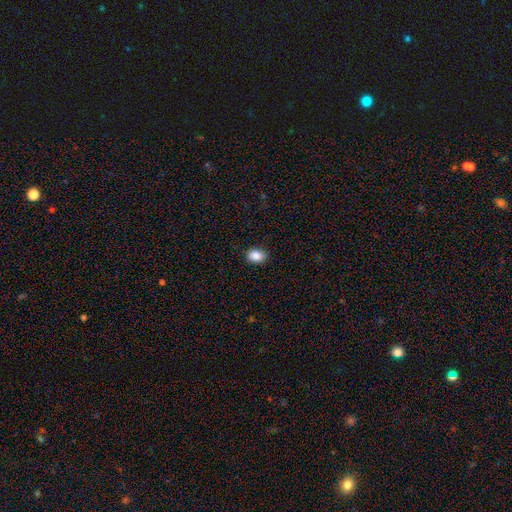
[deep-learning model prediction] Smooth or featured? Predicted: smooth (p=0.88). How rounded? Predicted: in between (p=0.75). Merging? Predicted: none (p=0.88).